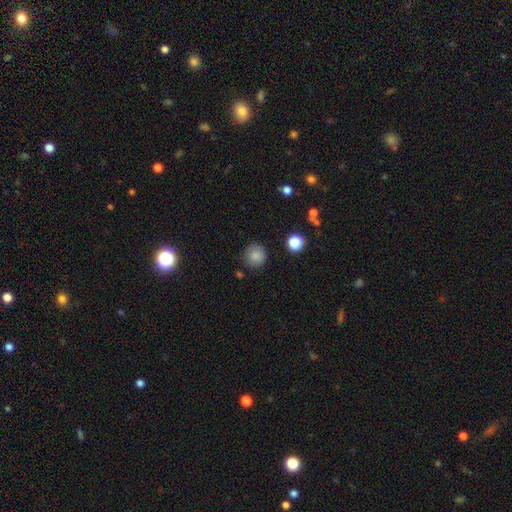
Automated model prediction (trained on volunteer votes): A smooth galaxy with no disk features (83%) that is round (93%).

Vote fractions:
- Smooth or featured? smooth: 83% / star or artifact: 11% / featured or disk: 6%
- How rounded? round: 93% / in between: 6% / cigar-shaped: 1%
- Merging? none: 85% / minor disturbance: 10% / major disturbance: 3% / merger: 2%